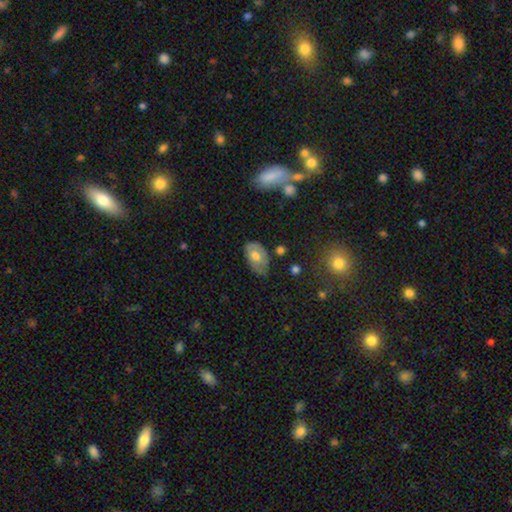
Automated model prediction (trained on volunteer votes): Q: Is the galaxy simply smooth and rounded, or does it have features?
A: smooth — 56%.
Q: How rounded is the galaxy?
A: in between — 90%.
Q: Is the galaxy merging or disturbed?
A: none — 53%.